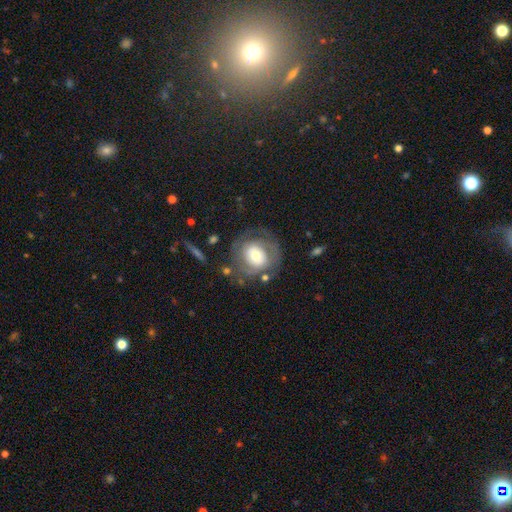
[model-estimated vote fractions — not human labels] A featured or disk galaxy (55%) with no bar (62%), spiral arms (62%) and a moderate central bulge (55%).

Vote fractions:
- Smooth or featured? featured or disk: 55% / smooth: 38% / star or artifact: 7%
- Edge-on disk? no: 96% / yes: 4%
- Bar? no: 62% / weak: 27% / strong: 11%
- Spiral arms? yes: 62% / no: 38%
- Bulge size? moderate: 55% / large: 23% / small: 17% / dominant: 3% / none: 1%
- Merging? none: 64% / minor disturbance: 17% / major disturbance: 15% / merger: 3%